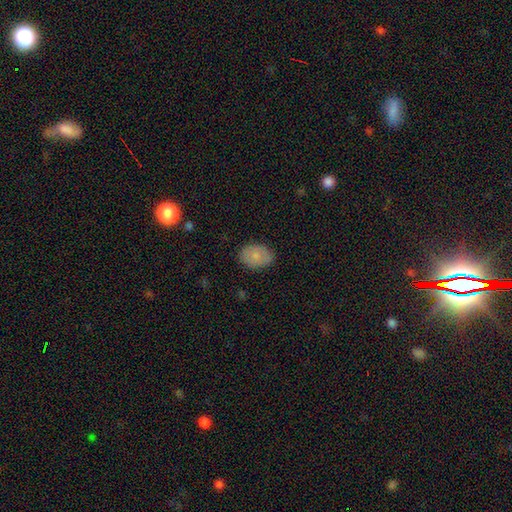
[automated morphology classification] Smooth or featured? Predicted: smooth (p=0.78). How rounded? Predicted: in between (p=0.76). Merging? Predicted: none (p=0.82).